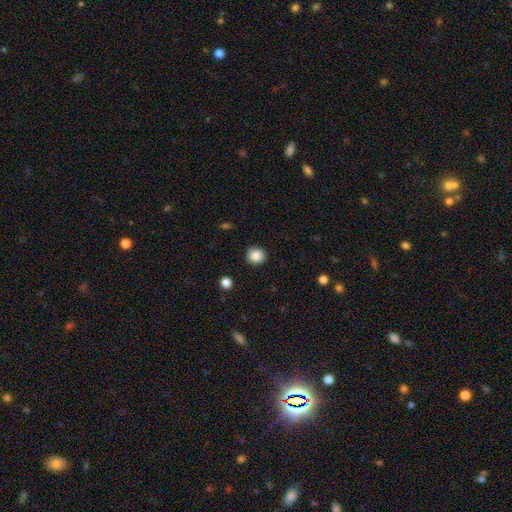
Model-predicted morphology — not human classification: This is clearly a smooth galaxy (87%). How rounded: clearly round (88%). Merging: clearly none (91%).